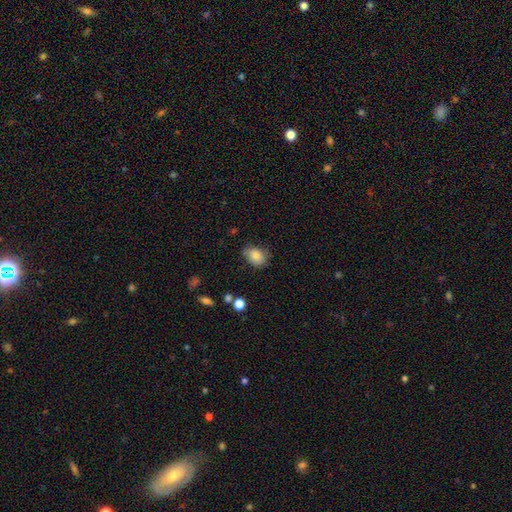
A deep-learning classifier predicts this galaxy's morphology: A smooth galaxy with no disk features (84%) that is in between round and cigar-shaped (71%). Merging: none (67%).